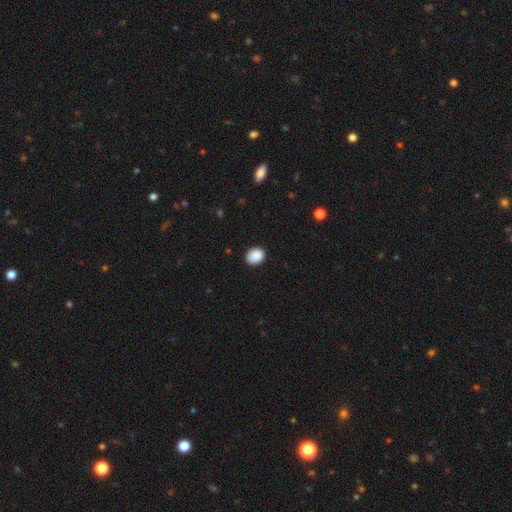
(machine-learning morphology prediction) Smooth or featured? Predicted: smooth (p=0.89). How rounded? Predicted: in between (p=0.51). Merging? Predicted: none (p=0.87).